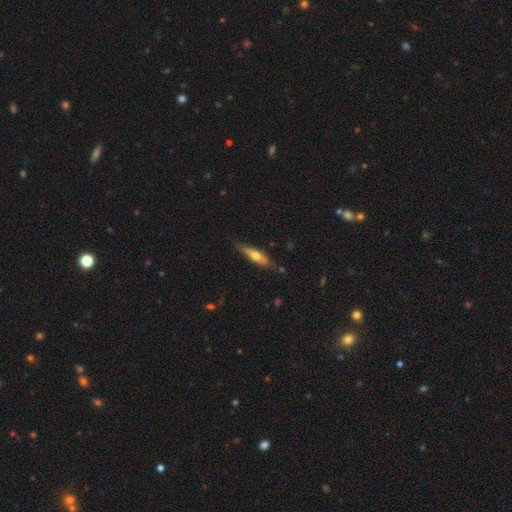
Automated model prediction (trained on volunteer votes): This appears to be a smooth galaxy with no disk features (50%) that is cigar-shaped (71%). Merging: none (76%).